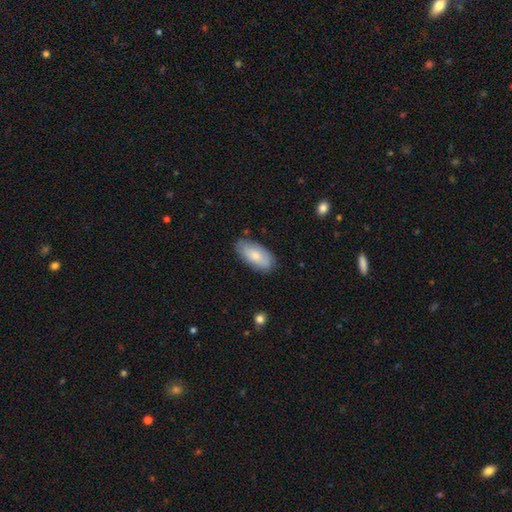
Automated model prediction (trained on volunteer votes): Smooth or featured? smooth (76%)
How rounded? in between (92%)
Merging? none (79%)